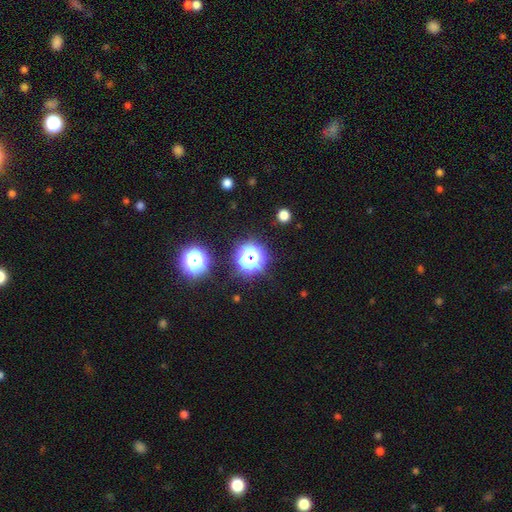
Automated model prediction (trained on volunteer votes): Q: Smooth or featured?
A: star or artifact (53%); runner-up: smooth (37%)